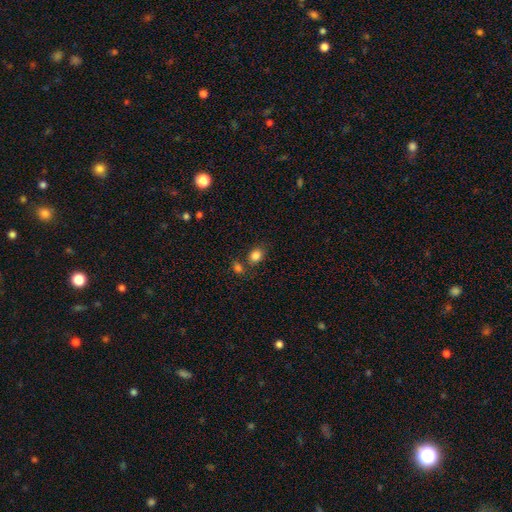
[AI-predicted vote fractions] Q: Smooth or featured?
A: smooth (84%); runner-up: star or artifact (11%)
Q: How rounded?
A: in between (51%); runner-up: round (48%)
Q: Merging?
A: none (68%); runner-up: merger (17%)